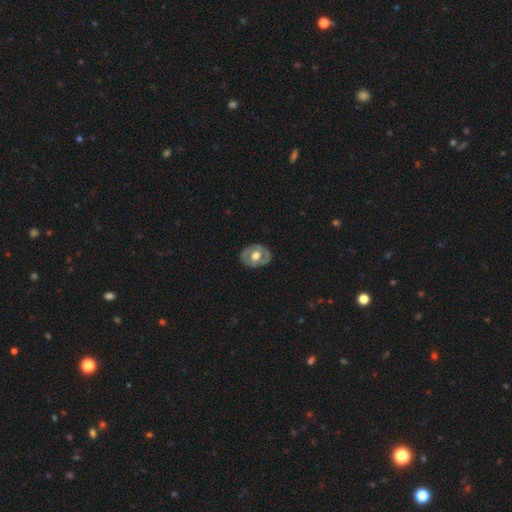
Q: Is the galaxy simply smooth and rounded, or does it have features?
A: featured or disk — 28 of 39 (72%).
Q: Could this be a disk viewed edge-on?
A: no — 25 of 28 (89%).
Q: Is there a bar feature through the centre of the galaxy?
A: no — 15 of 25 (60%).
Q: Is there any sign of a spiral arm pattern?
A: no — 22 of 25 (88%).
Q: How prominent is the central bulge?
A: moderate — 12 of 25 (48%).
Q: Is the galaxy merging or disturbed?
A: none — 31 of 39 (79%).